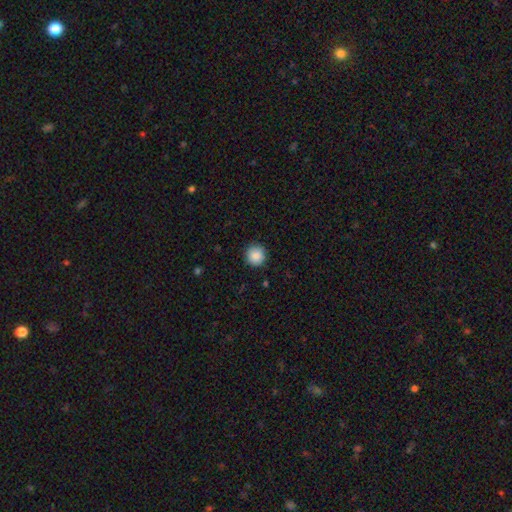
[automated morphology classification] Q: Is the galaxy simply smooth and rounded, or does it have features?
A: smooth — 88%.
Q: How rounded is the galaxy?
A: round — 95%.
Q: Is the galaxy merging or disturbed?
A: none — 90%.